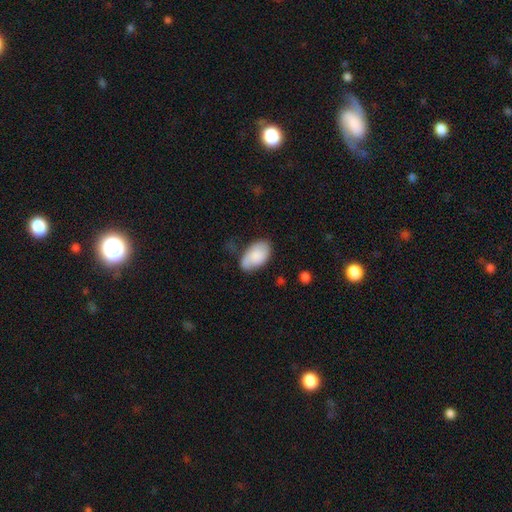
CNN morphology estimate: This appears to be a smooth galaxy with no disk features (79%) that is in between round and cigar-shaped (94%). Merging: none (56%).